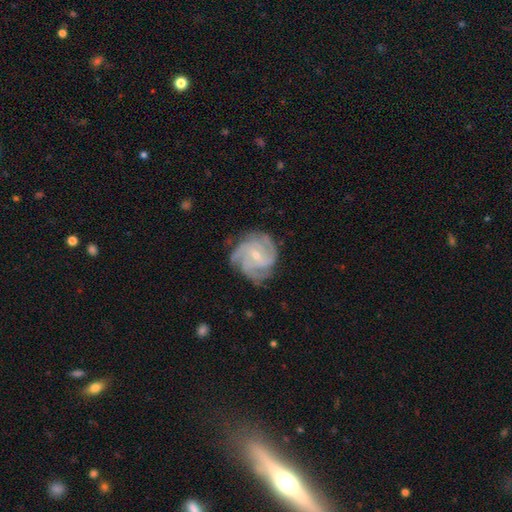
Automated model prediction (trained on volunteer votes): Morphology: type=featured or disk (89%); edge-on=no (98%); bar=no (53%); spiral arms=yes (98%); winding=tight (59%); arm count=4 (37%); bulge=small (70%); merging=none (74%).